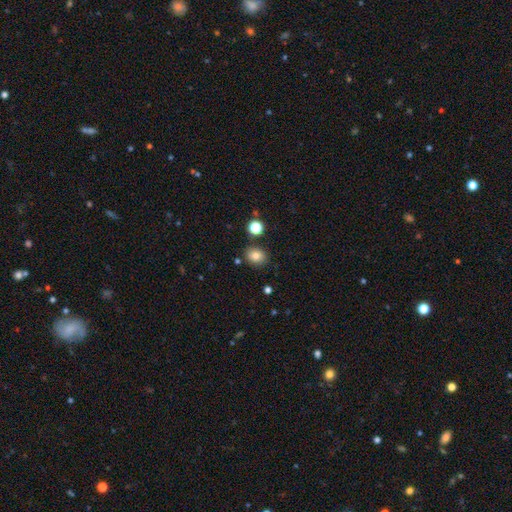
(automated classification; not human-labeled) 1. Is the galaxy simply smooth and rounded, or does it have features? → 80% smooth, 12% star or artifact, 8% featured or disk.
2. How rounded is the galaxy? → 58% round, 41% in between, 1% cigar-shaped.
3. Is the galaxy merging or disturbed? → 83% none, 10% minor disturbance, 5% merger, 3% major disturbance.